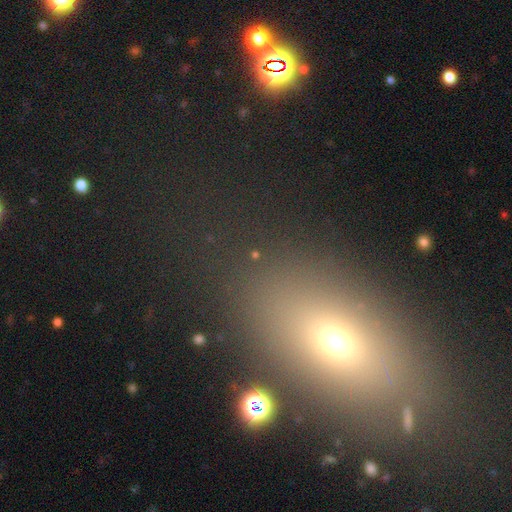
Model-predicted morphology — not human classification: Smooth or featured?
  - smooth: 53% *
  - star or artifact: 33%
  - featured or disk: 14%
How rounded?
  - in between: 55% *
  - round: 38%
  - cigar-shaped: 7%
Merging?
  - none: 79% *
  - minor disturbance: 10%
  - major disturbance: 6%
  - merger: 5%